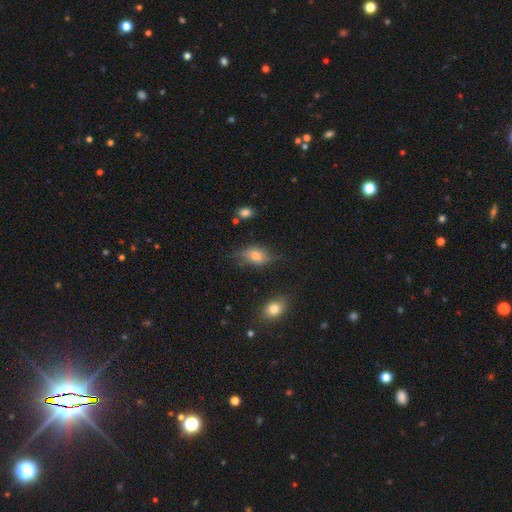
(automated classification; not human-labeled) This is likely a smooth galaxy (65%). How rounded: clearly in between (83%). Merging: likely none (63%).